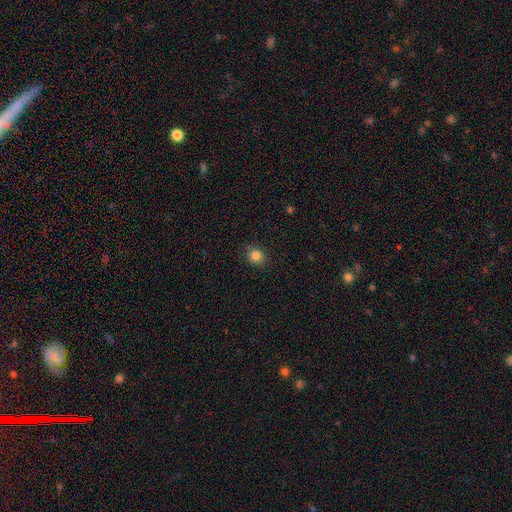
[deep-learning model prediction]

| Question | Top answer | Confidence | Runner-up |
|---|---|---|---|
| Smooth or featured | smooth | 83% | star or artifact (11%) |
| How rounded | round | 73% | in between (26%) |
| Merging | none | 87% | minor disturbance (9%) |